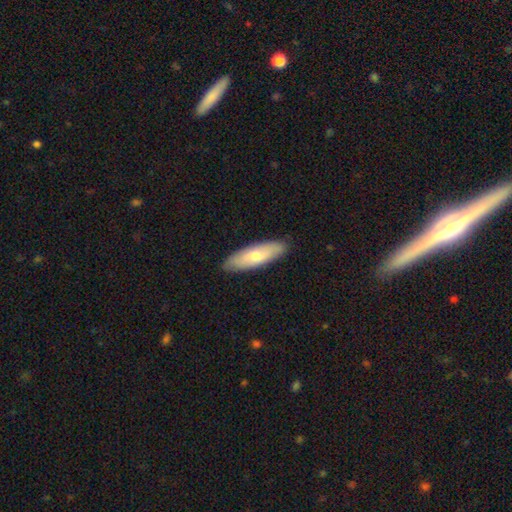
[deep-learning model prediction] The model was most divided on "how rounded": cigar-shaped: 50%, in between: 48%, round: 2%. More confident: merging — none (89%); smooth or featured — smooth (65%).